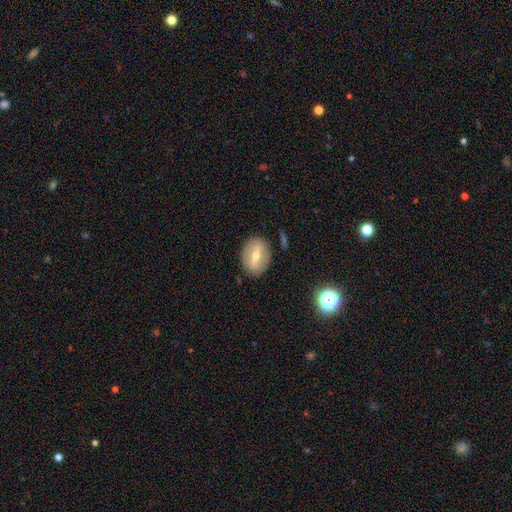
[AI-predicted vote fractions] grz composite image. It shows a featured or disk galaxy (49%). Merging: none (85%).